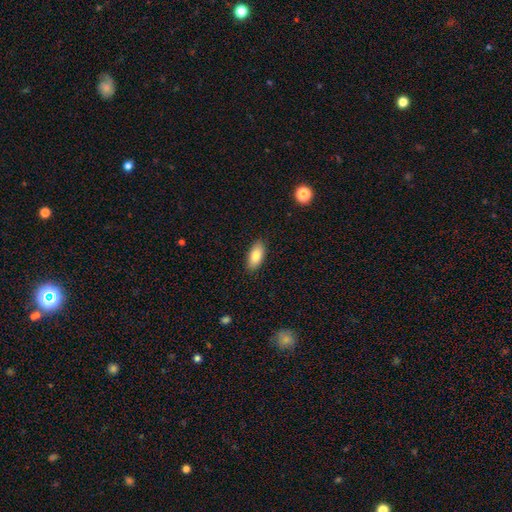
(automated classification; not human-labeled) A smooth galaxy with no disk features (84%) that is in between round and cigar-shaped (89%). Merging: none (88%).